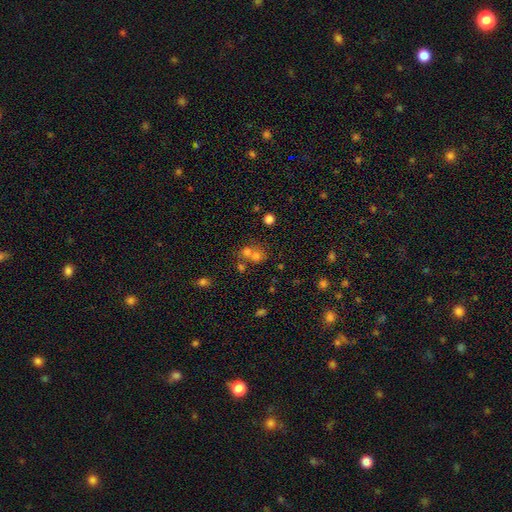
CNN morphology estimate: Smooth or featured: smooth — 67% (star or artifact — 18%)
How rounded: round — 78% (in between — 21%)
Merging: merger — 53% (none — 37%)